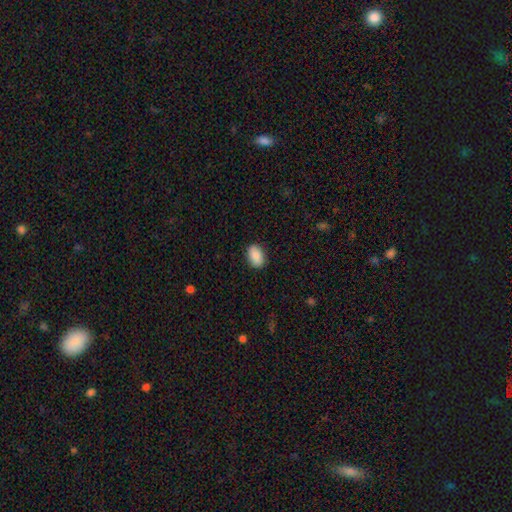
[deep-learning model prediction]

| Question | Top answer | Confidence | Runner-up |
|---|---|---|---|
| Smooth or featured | smooth | 89% | star or artifact (7%) |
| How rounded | in between | 88% | round (11%) |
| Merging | none | 88% | minor disturbance (9%) |